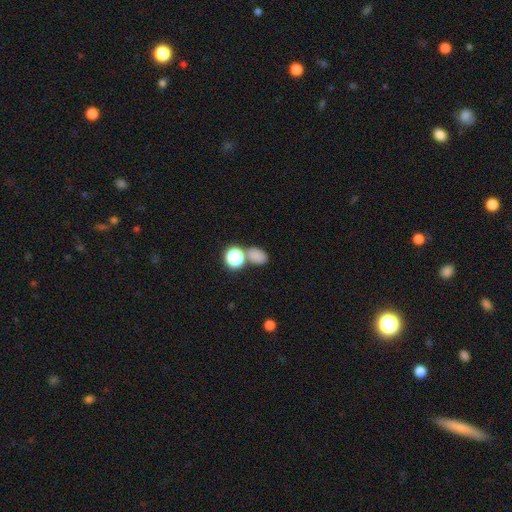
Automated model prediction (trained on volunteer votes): smooth 77%, star or artifact 18%, featured or disk 6%. Down the decision tree: how rounded — in between (72%); merging — none (64%).